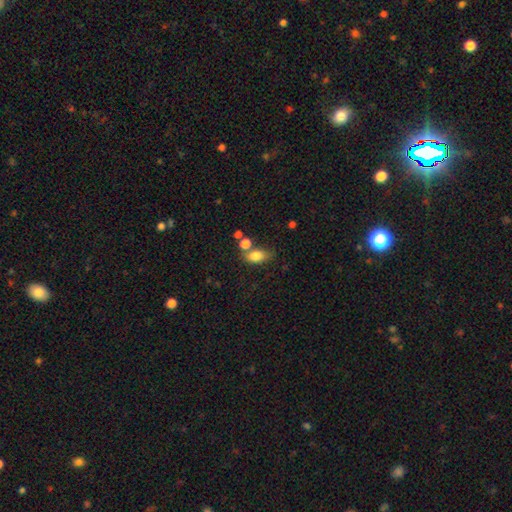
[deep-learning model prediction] smooth_or_featured: smooth (p=0.81) [alt: star or artifact p=0.09]
how_rounded: in between (p=0.83) [alt: round p=0.13]
merging: none (p=0.56) [alt: merger p=0.21]